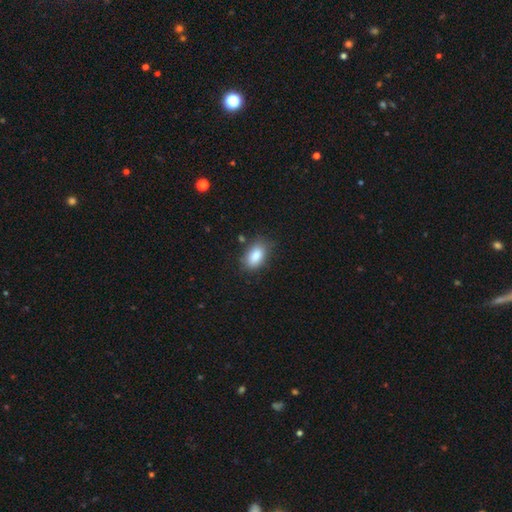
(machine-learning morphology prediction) Overall: smooth (85%). How rounded: in between (90%). Merging: none (78%).